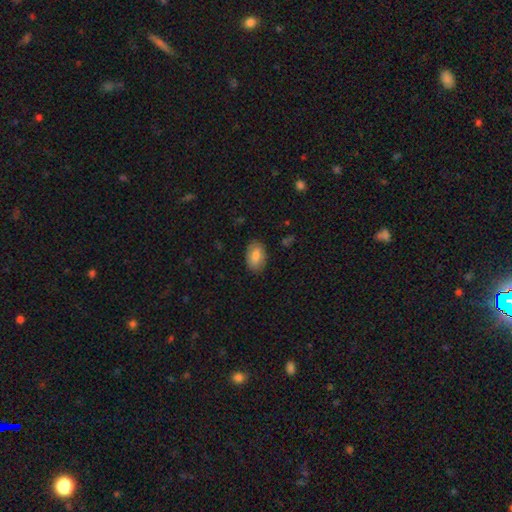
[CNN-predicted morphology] Smooth or featured?
  - smooth: 80% *
  - featured or disk: 13%
  - star or artifact: 7%
How rounded?
  - in between: 90% *
  - round: 9%
  - cigar-shaped: 1%
Merging?
  - none: 85% *
  - minor disturbance: 12%
  - major disturbance: 3%
  - merger: 1%